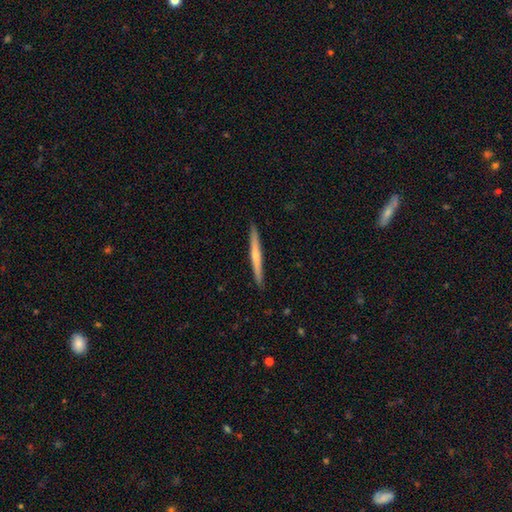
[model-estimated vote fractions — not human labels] featured or disk 49%, smooth 46%, star or artifact 5%. Down the decision tree: merging — none (91%).